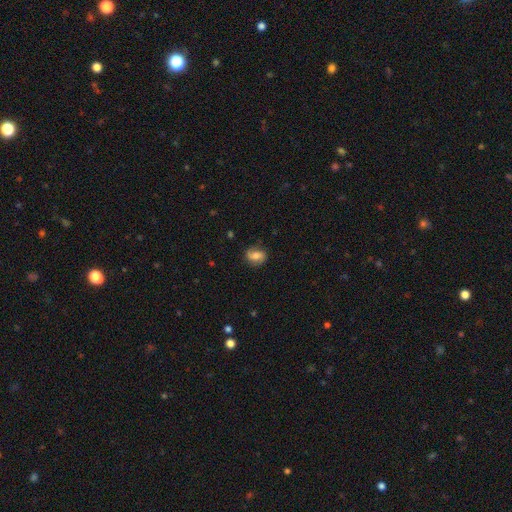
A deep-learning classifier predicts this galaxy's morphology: Smooth or featured? Predicted: smooth (p=0.55). How rounded? Predicted: in between (p=0.60). Merging? Predicted: none (p=0.77).